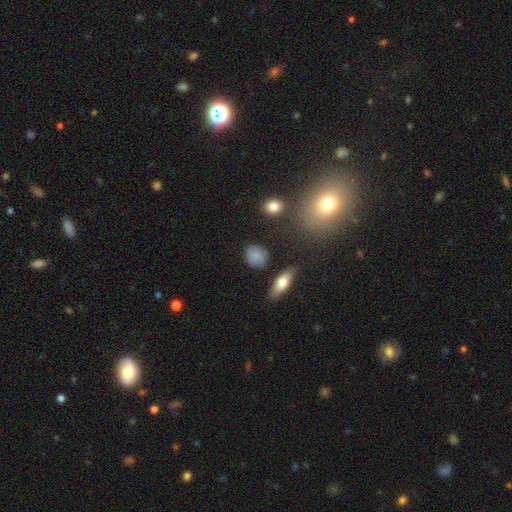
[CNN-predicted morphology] A smooth galaxy with no disk features (80%) that is round (75%).

Vote fractions:
- Smooth or featured? smooth: 80% / featured or disk: 11% / star or artifact: 9%
- How rounded? round: 75% / in between: 22% / cigar-shaped: 2%
- Merging? none: 78% / minor disturbance: 15% / major disturbance: 4% / merger: 3%